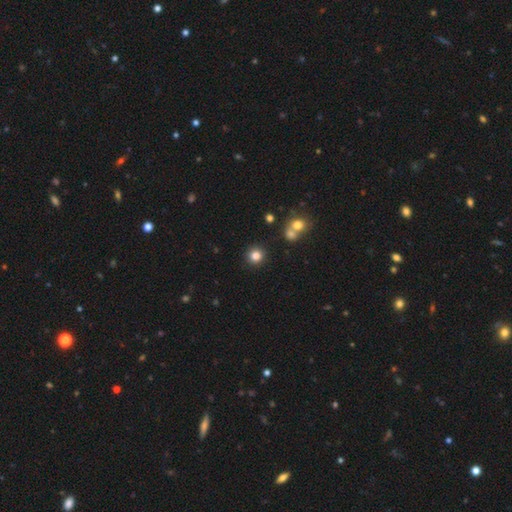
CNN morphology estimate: This appears to be a smooth galaxy with no disk features (82%) that is round (93%). Merging: none (89%).